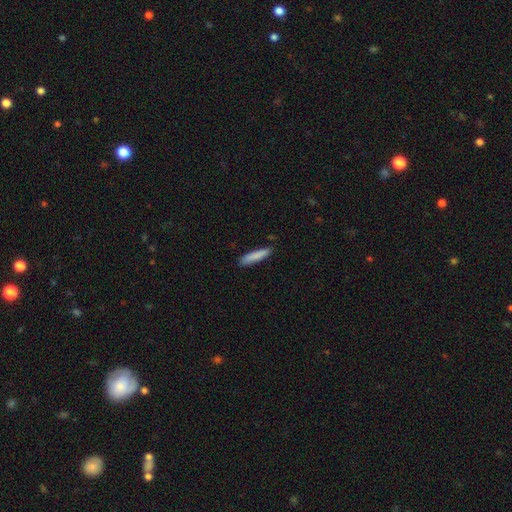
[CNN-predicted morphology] This appears to be a smooth galaxy with no disk features (85%) that is cigar-shaped (88%). Merging: none (86%).